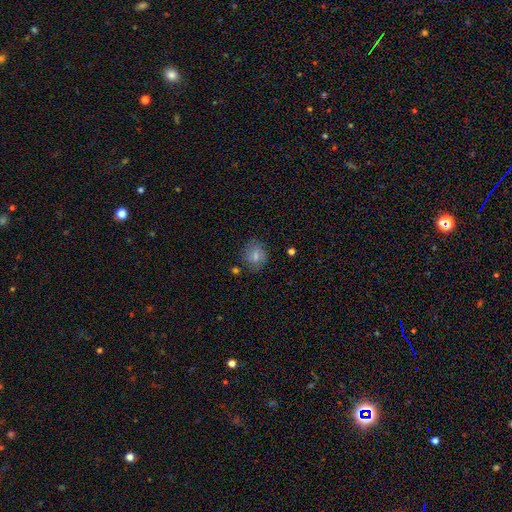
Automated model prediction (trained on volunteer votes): Smooth or featured: smooth — 71% (featured or disk — 19%)
How rounded: round — 63% (in between — 36%)
Merging: none — 72% (minor disturbance — 19%)